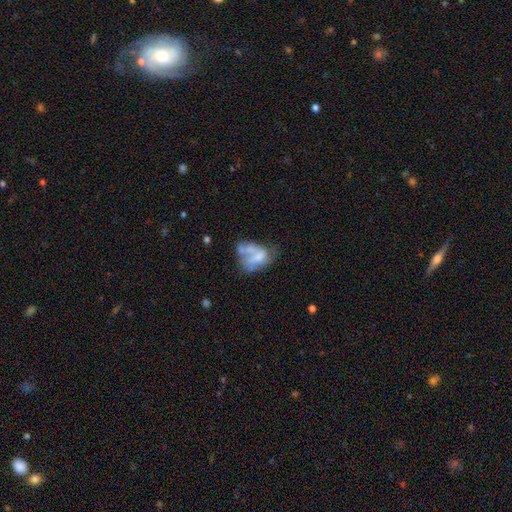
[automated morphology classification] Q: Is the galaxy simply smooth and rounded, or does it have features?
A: smooth — 45%, tied with featured or disk.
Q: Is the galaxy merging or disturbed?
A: merger — 29%.